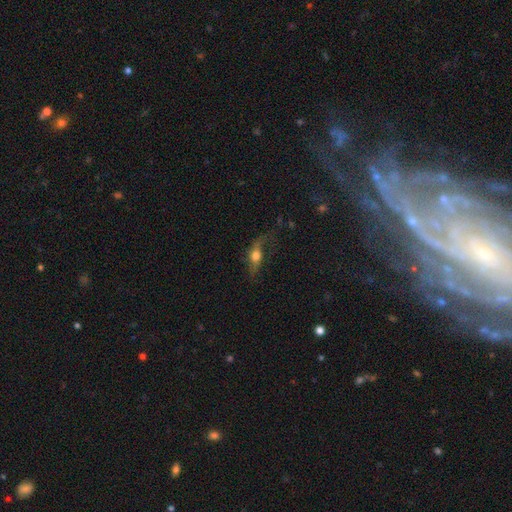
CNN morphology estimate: Overall: smooth (53%; featured or disk 37%). How rounded: in between (62%; cigar-shaped 24%). Merging: none (45%; major disturbance 28%).